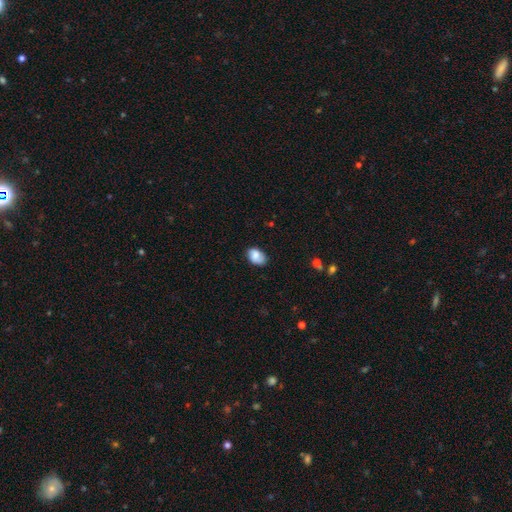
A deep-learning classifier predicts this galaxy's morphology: Smooth or featured? Predicted: smooth (p=0.81). How rounded? Predicted: in between (p=0.86). Merging? Predicted: none (p=0.68).